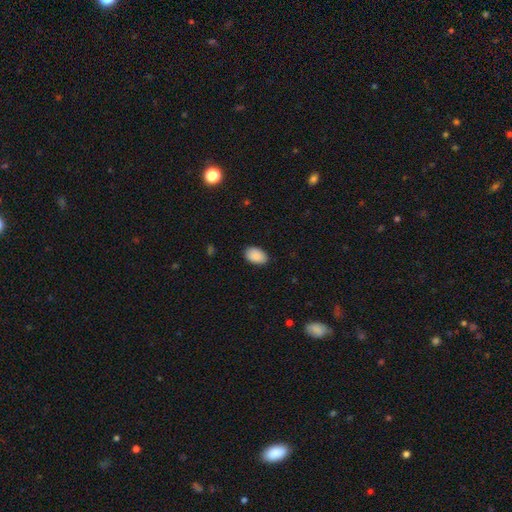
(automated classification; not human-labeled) smooth-or-featured: smooth: 90% | star or artifact: 7% | featured or disk: 3%
  how-rounded: in between: 92% | round: 7% | cigar-shaped: 1%
  merging: none: 87% | minor disturbance: 10% | major disturbance: 2% | merger: 1%